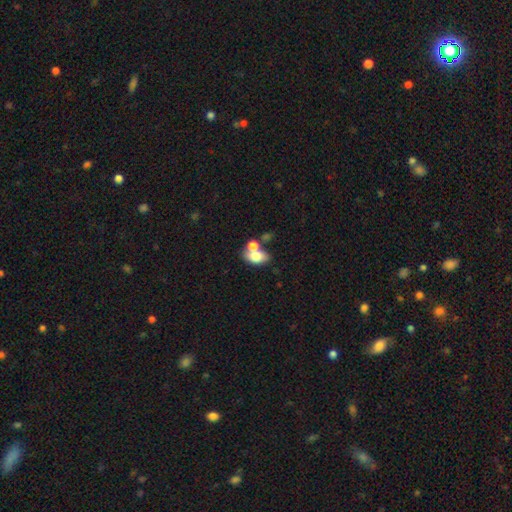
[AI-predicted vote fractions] smooth_or_featured: smooth (p=0.72) [alt: featured or disk p=0.18]
how_rounded: in between (p=0.82) [alt: round p=0.16]
merging: merger (p=0.44) [alt: none p=0.39]